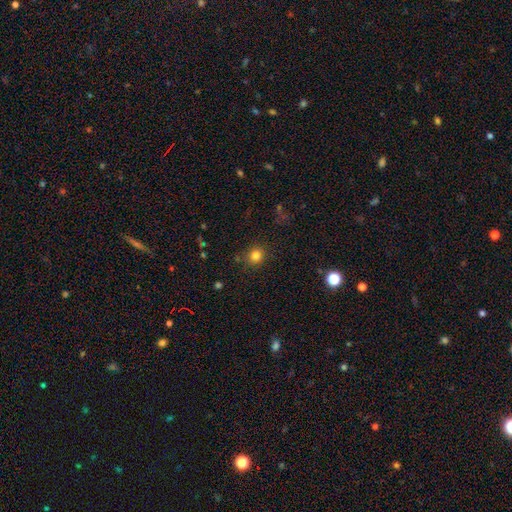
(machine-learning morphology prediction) Smooth or featured? Predicted: smooth (p=0.81). How rounded? Predicted: round (p=0.87). Merging? Predicted: none (p=0.86).